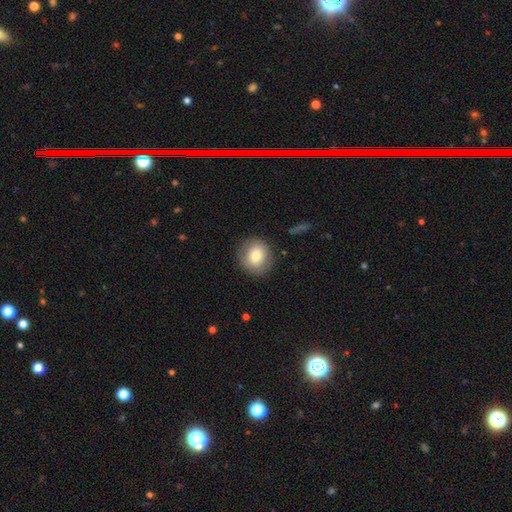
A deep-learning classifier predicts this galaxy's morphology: smooth 79%, featured or disk 14%, star or artifact 8%. Down the decision tree: how rounded — round (84%); merging — none (86%).